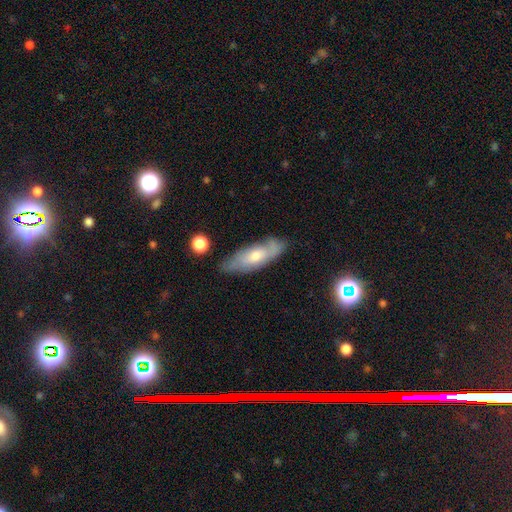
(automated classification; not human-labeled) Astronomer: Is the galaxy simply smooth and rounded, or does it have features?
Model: smooth — 47% (runner-up: featured or disk, 46%).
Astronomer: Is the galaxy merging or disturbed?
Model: none — 73%.